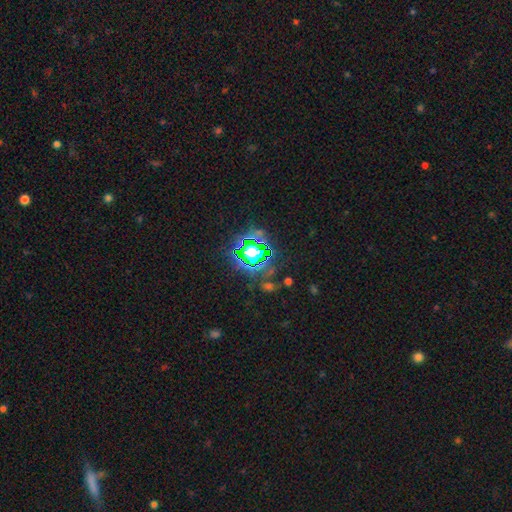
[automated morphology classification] Smooth or featured? star or artifact (67%)